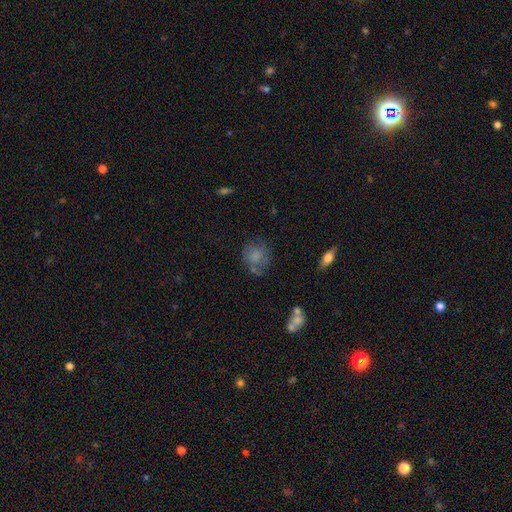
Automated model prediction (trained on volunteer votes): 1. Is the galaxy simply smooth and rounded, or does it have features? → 64% smooth, 26% featured or disk, 10% star or artifact.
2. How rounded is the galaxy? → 68% round, 30% in between, 1% cigar-shaped.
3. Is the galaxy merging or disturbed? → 52% none, 26% minor disturbance, 16% major disturbance, 6% merger.